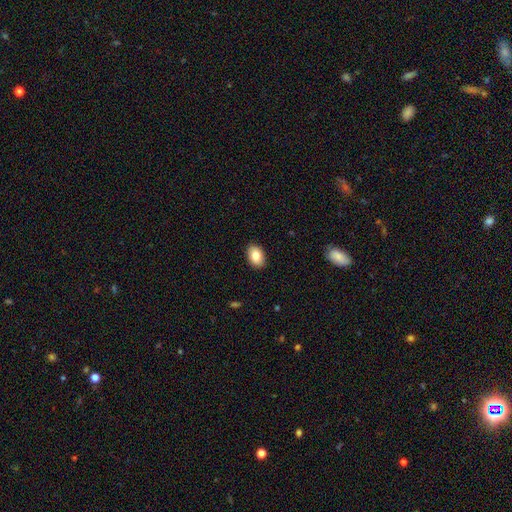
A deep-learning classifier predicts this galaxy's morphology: Smooth or featured? Predicted: smooth (p=0.84). How rounded? Predicted: in between (p=0.83). Merging? Predicted: none (p=0.90).